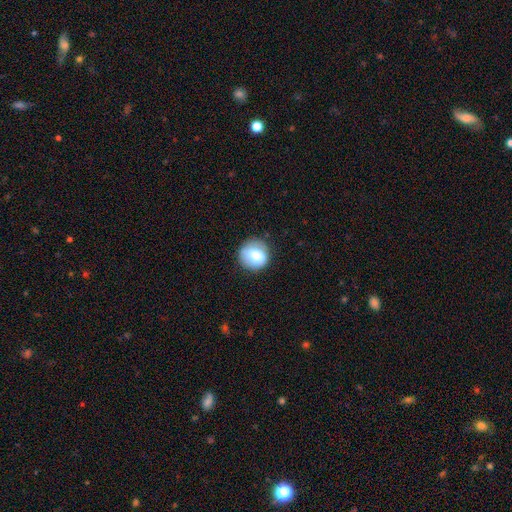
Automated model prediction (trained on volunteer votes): Morphology: type=smooth (78%); roundness=round (85%); merging=none (72%).